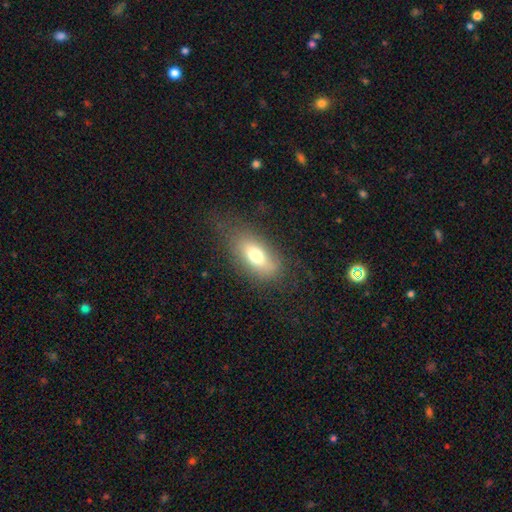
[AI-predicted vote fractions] This is likely a smooth galaxy (69%). How rounded: clearly in between (83%). Merging: likely none (70%).